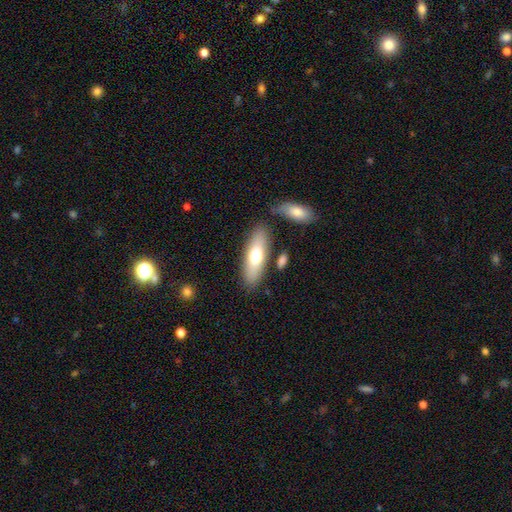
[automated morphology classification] Smooth or featured?
  - smooth: 66% *
  - featured or disk: 28%
  - star or artifact: 6%
How rounded?
  - in between: 57% *
  - cigar-shaped: 40%
  - round: 2%
Merging?
  - none: 80% *
  - minor disturbance: 11%
  - merger: 6%
  - major disturbance: 3%